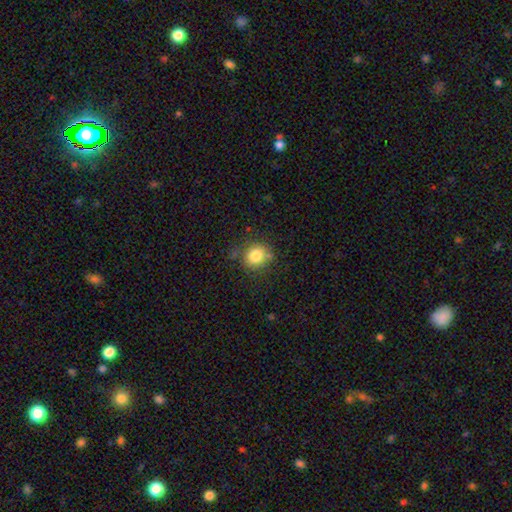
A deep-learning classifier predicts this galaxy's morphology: Smooth or featured?
  - smooth: 82% *
  - star or artifact: 10%
  - featured or disk: 8%
How rounded?
  - round: 82% *
  - in between: 17%
  - cigar-shaped: 1%
Merging?
  - none: 76% *
  - minor disturbance: 15%
  - major disturbance: 5%
  - merger: 4%